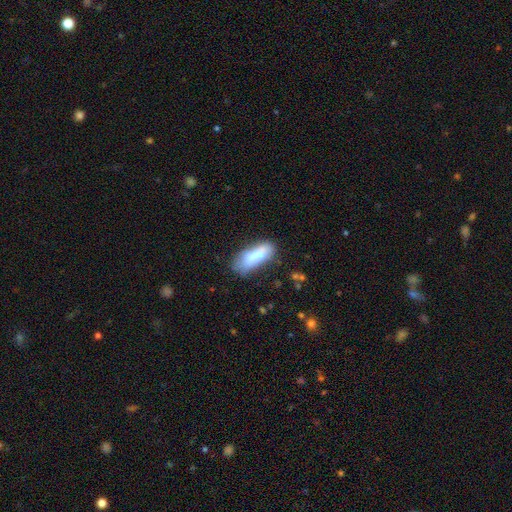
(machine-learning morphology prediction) This is likely a smooth galaxy (71%). How rounded: likely in between (66%). Merging: possibly none (51%).